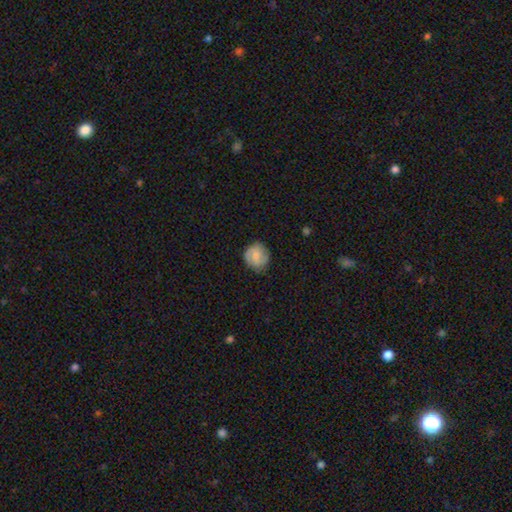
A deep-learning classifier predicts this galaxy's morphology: A smooth galaxy with no disk features (55%) that is round (84%).

Vote fractions:
- Smooth or featured? smooth: 55% / featured or disk: 38% / star or artifact: 7%
- How rounded? round: 84% / in between: 15% / cigar-shaped: 1%
- Merging? none: 77% / minor disturbance: 17% / major disturbance: 5% / merger: 1%